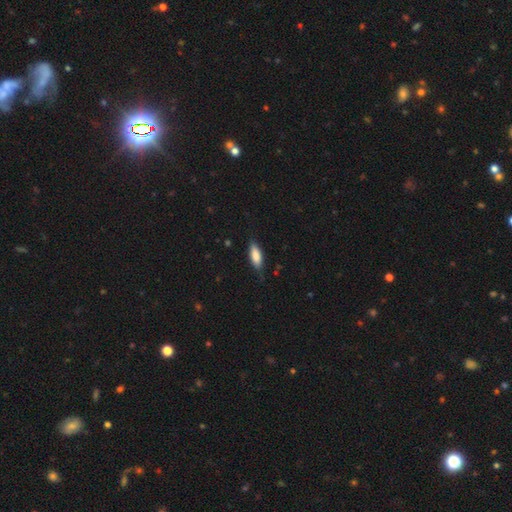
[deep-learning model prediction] smooth_or_featured: smooth (p=0.80) [alt: featured or disk p=0.14]
how_rounded: in between (p=0.66) [alt: cigar-shaped p=0.32]
merging: none (p=0.77) [alt: minor disturbance p=0.18]